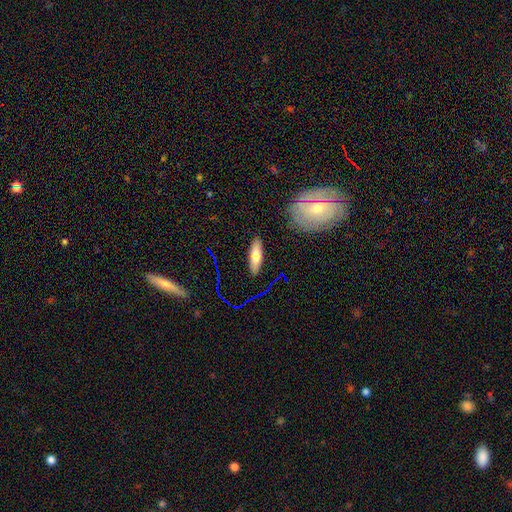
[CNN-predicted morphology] Q: Smooth or featured?
A: smooth (70%); runner-up: featured or disk (21%)
Q: How rounded?
A: cigar-shaped (55%); runner-up: in between (43%)
Q: Merging?
A: none (87%); runner-up: minor disturbance (9%)